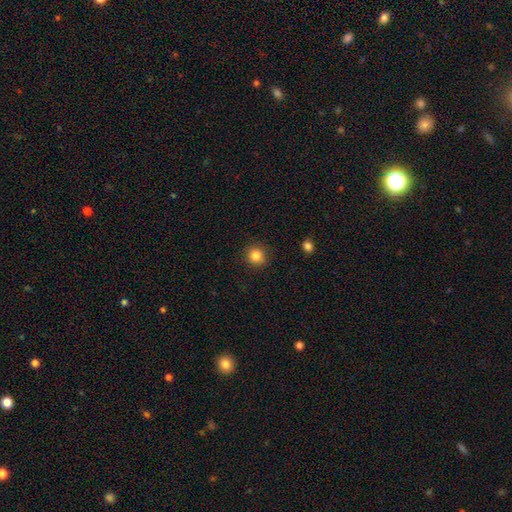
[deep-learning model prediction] Q: Smooth or featured?
A: smooth (84%); runner-up: star or artifact (11%)
Q: How rounded?
A: round (91%); runner-up: in between (8%)
Q: Merging?
A: none (89%); runner-up: minor disturbance (7%)